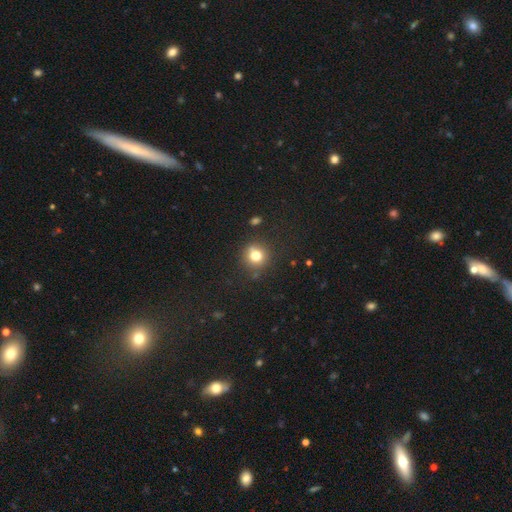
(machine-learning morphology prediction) A smooth galaxy with no disk features (77%) that is round (90%). Merging: none (79%).